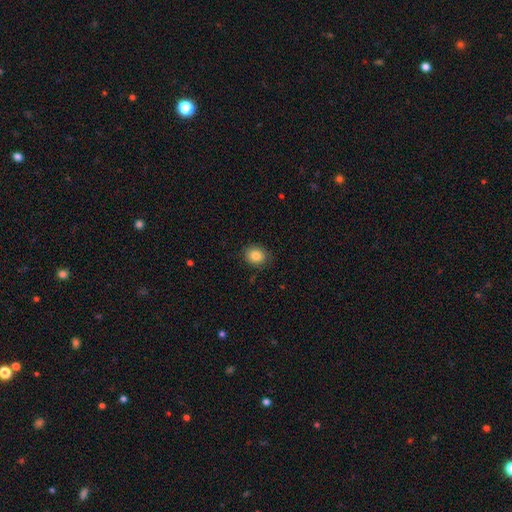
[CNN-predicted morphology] smooth_or_featured: smooth (p=0.84) [alt: star or artifact p=0.09]
how_rounded: round (p=0.61) [alt: in between p=0.38]
merging: none (p=0.86) [alt: minor disturbance p=0.11]